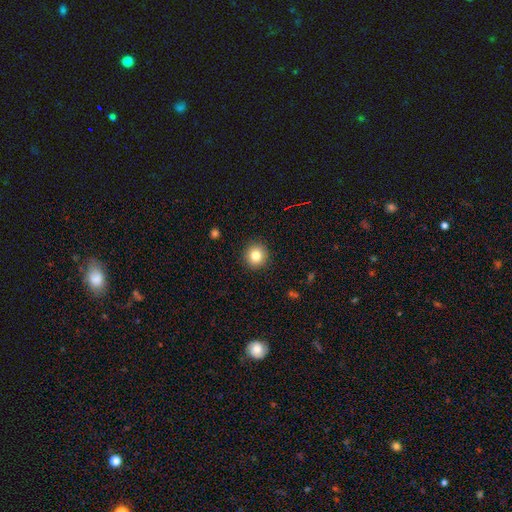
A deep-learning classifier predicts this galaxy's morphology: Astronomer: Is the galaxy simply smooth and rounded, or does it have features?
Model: smooth — 82%.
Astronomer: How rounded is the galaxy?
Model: round — 93%.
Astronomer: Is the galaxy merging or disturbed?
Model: none — 92%.